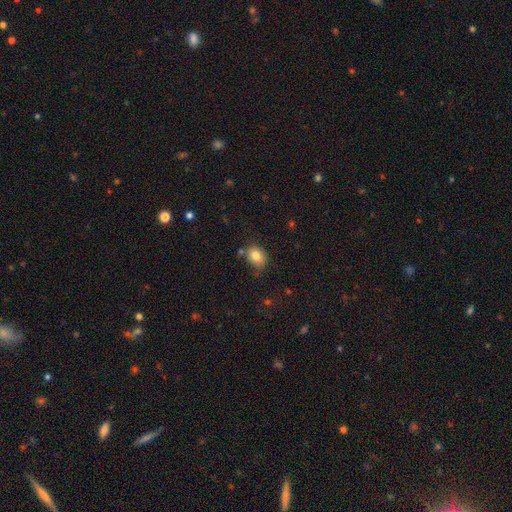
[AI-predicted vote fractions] This is likely a smooth galaxy (80%). How rounded: likely in between (63%). Merging: likely none (70%).